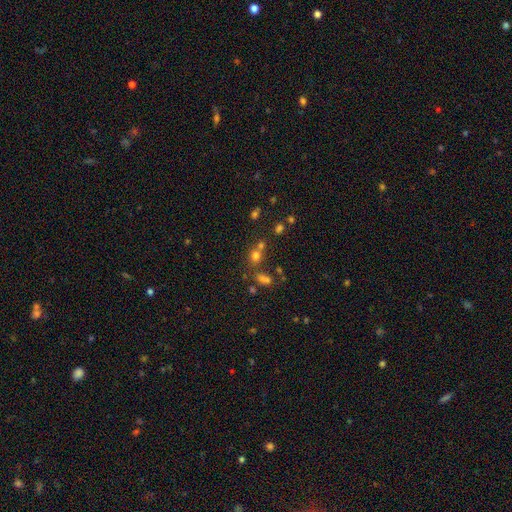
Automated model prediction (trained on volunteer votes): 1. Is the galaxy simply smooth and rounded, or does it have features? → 68% smooth, 22% star or artifact, 10% featured or disk.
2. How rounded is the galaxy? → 70% round, 28% in between, 2% cigar-shaped.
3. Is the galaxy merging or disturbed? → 53% none, 31% merger, 10% minor disturbance, 5% major disturbance.